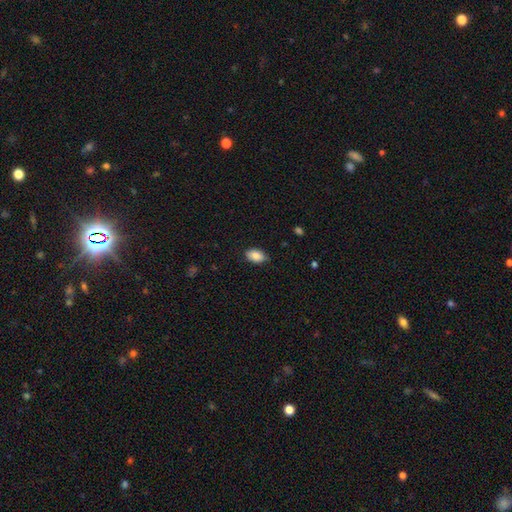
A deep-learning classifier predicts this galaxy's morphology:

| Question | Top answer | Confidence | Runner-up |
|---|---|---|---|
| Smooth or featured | smooth | 86% | star or artifact (7%) |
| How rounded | in between | 91% | round (7%) |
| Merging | none | 82% | minor disturbance (15%) |